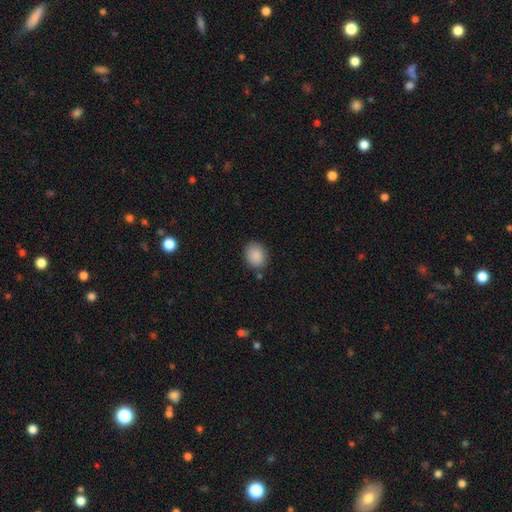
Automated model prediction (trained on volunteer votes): A smooth galaxy with no disk features (88%) that is round (50%).

Vote fractions:
- Smooth or featured? smooth: 88% / star or artifact: 8% / featured or disk: 4%
- How rounded? round: 50% / in between: 49% / cigar-shaped: 1%
- Merging? none: 82% / minor disturbance: 12% / merger: 3% / major disturbance: 3%